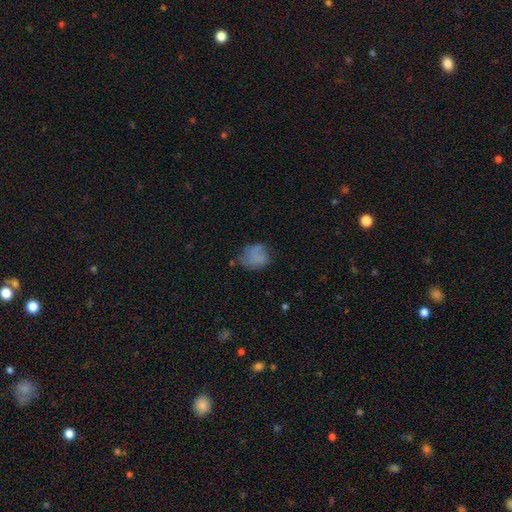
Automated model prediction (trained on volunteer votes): Smooth or featured? Predicted: smooth (p=0.67). How rounded? Predicted: round (p=0.61). Merging? Predicted: none (p=0.52).